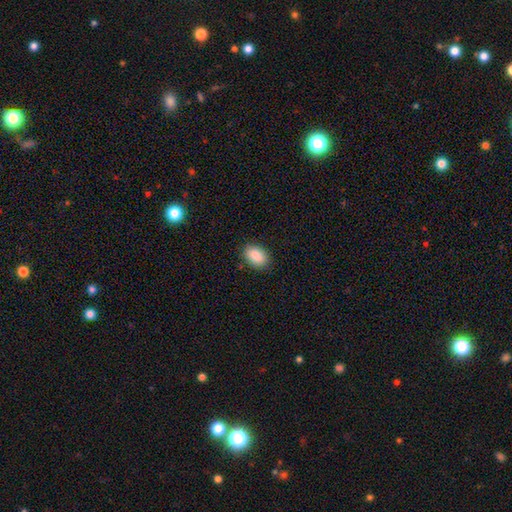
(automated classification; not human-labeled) smooth-or-featured: smooth: 89% | star or artifact: 7% | featured or disk: 4%
  how-rounded: in between: 84% | round: 15% | cigar-shaped: 1%
  merging: none: 87% | minor disturbance: 9% | major disturbance: 2% | merger: 1%